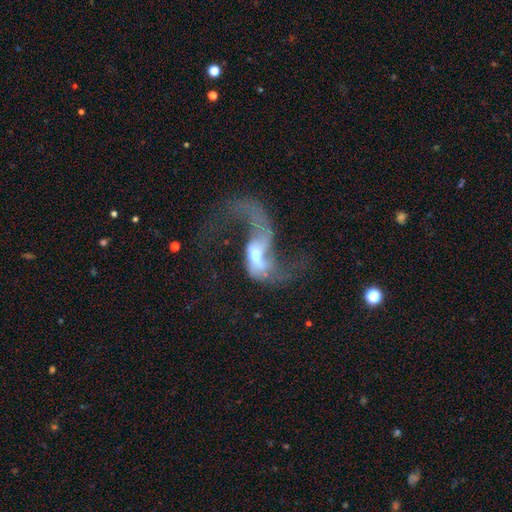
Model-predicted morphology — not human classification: smooth_or_featured: featured or disk (p=0.73) [alt: smooth p=0.19]
disk_edge_on: no (p=0.94) [alt: yes p=0.06]
bar: no (p=0.52) [alt: weak p=0.33]
has_spiral_arms: yes (p=0.74) [alt: no p=0.26]
spiral_winding: loose (p=0.88) [alt: medium p=0.10]
spiral_arm_count: 2 (p=0.52) [alt: 1 p=0.35]
bulge_size: moderate (p=0.56) [alt: small p=0.27]
merging: major disturbance (p=0.56) [alt: merger p=0.21]